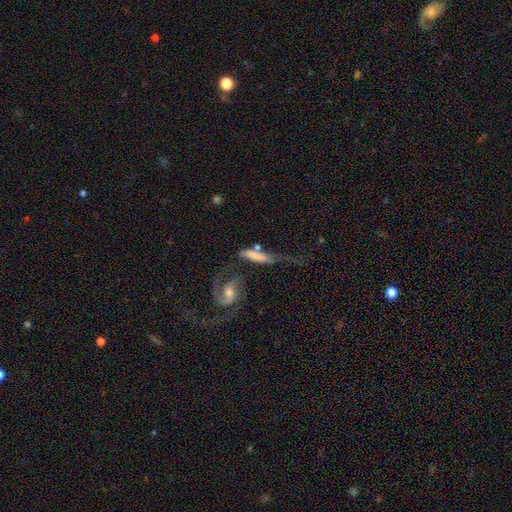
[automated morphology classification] smooth-or-featured: smooth: 54% | featured or disk: 38% | star or artifact: 8%
  how-rounded: cigar-shaped: 65% | in between: 31% | round: 4%
  merging: merger: 32% | none: 27% | major disturbance: 22% | minor disturbance: 19%